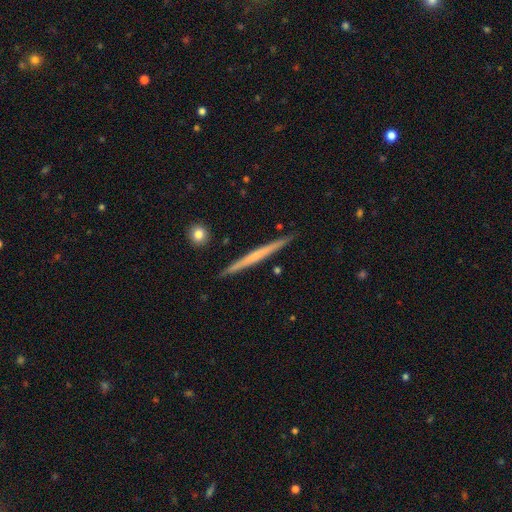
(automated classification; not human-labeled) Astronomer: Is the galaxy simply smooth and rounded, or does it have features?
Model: featured or disk — 52% (runner-up: smooth, 42%).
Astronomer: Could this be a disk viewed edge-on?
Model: yes — 98%.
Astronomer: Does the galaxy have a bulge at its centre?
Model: none — 84%.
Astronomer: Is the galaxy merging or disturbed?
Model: none — 91%.